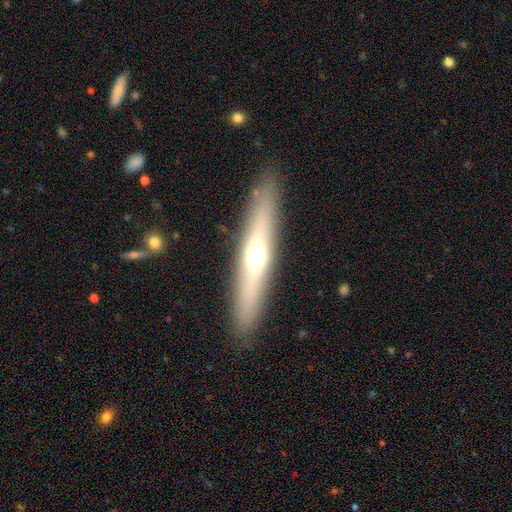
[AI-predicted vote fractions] Q: Smooth or featured?
A: featured or disk (54%); runner-up: smooth (40%)
Q: Edge-on disk?
A: yes (89%); runner-up: no (11%)
Q: Merging?
A: none (90%); runner-up: minor disturbance (7%)